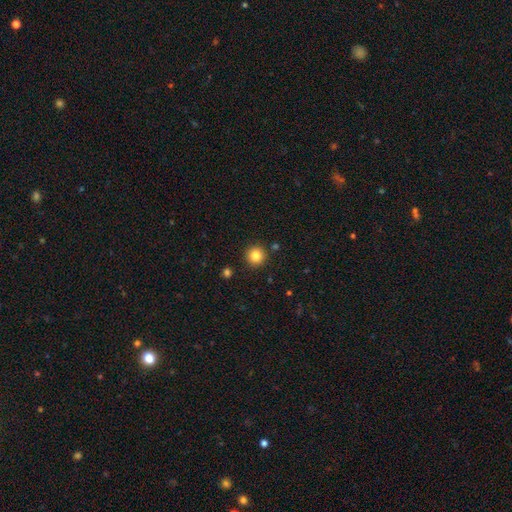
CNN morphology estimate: Smooth or featured? Predicted: smooth (p=0.84). How rounded? Predicted: round (p=0.95). Merging? Predicted: none (p=0.91).